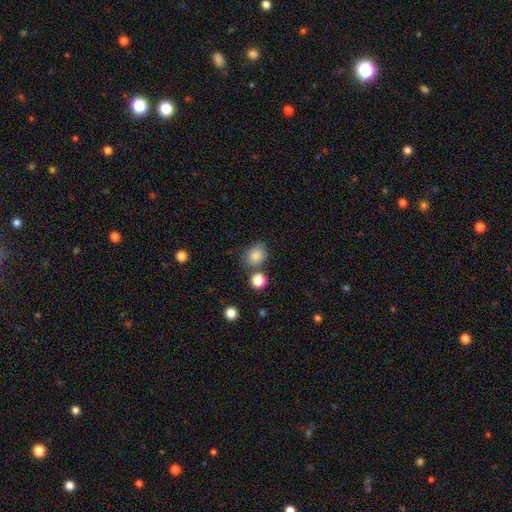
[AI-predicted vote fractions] The model was most divided on "how rounded": round: 52%, in between: 47%, cigar-shaped: 1%. More confident: smooth or featured — smooth (84%); merging — none (69%).